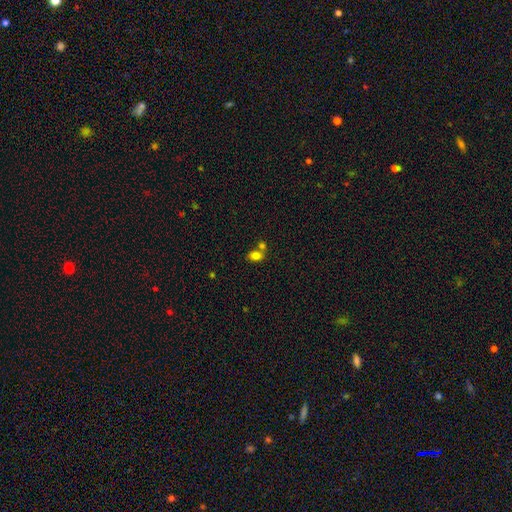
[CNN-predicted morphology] Smooth or featured?
  - smooth: 79% *
  - star or artifact: 11%
  - featured or disk: 9%
How rounded?
  - in between: 75% *
  - round: 23%
  - cigar-shaped: 2%
Merging?
  - none: 50% *
  - merger: 36%
  - minor disturbance: 11%
  - major disturbance: 4%